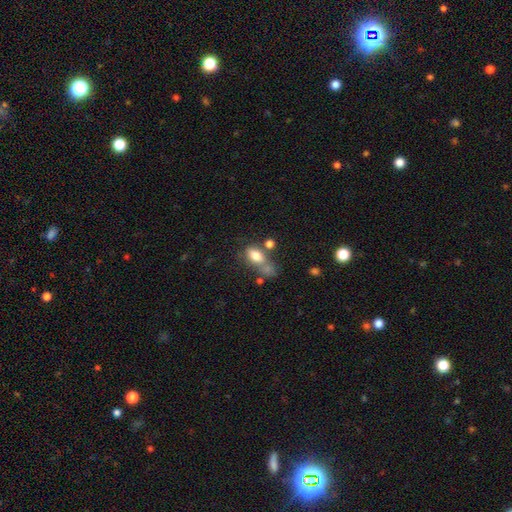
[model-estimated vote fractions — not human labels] Q: Smooth or featured?
A: smooth (75%); runner-up: featured or disk (14%)
Q: How rounded?
A: in between (82%); runner-up: round (13%)
Q: Merging?
A: none (36%); runner-up: merger (30%)